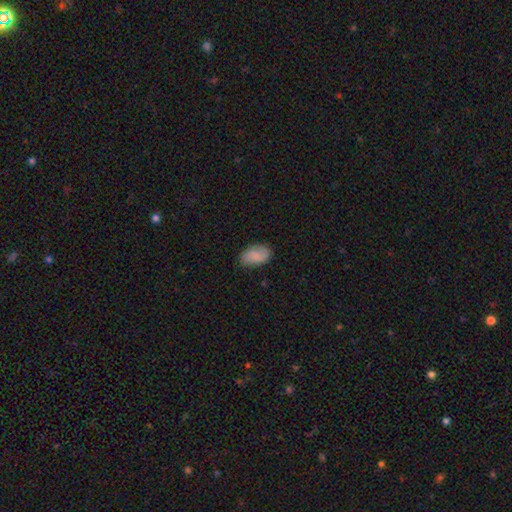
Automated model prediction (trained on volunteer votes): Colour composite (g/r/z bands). It shows a smooth galaxy with no disk features (80%) that is in between round and cigar-shaped (93%). Merging: none (77%).